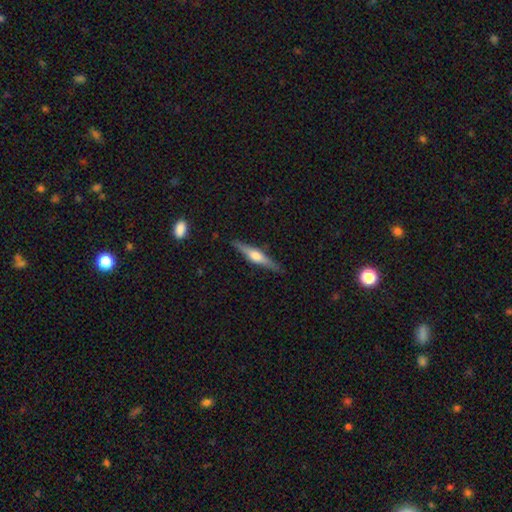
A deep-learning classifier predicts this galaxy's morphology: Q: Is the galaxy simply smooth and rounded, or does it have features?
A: featured or disk — 68%.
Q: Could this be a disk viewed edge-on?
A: yes — 97%.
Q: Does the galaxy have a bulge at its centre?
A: rounded — 89%.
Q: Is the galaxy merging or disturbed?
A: none — 88%.